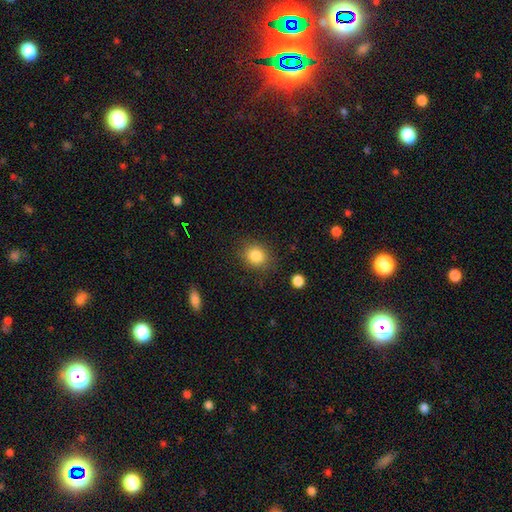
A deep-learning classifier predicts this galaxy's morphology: Smooth or featured? Predicted: smooth (p=0.84). How rounded? Predicted: round (p=0.66). Merging? Predicted: none (p=0.83).